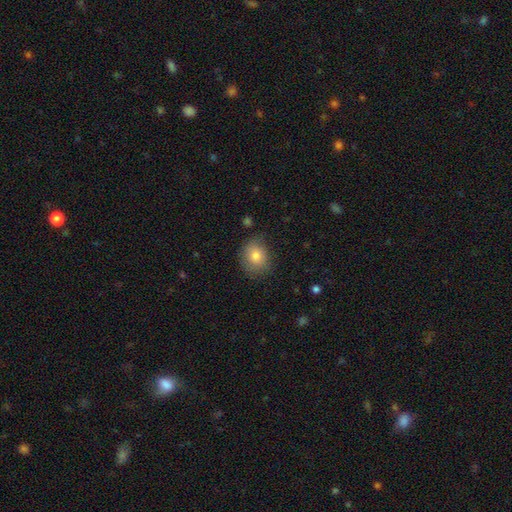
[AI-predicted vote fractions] Smooth or featured: smooth — 81% (featured or disk — 9%)
How rounded: round — 65% (in between — 34%)
Merging: none — 76% (minor disturbance — 18%)